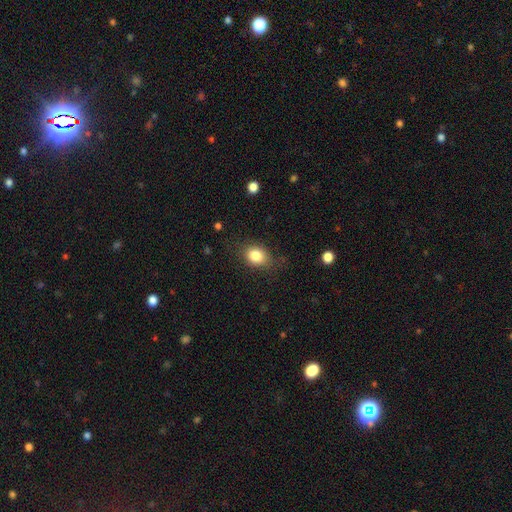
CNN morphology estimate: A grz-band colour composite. It shows a smooth galaxy with no disk features (83%) that is in between round and cigar-shaped (58%). Merging: none (77%).